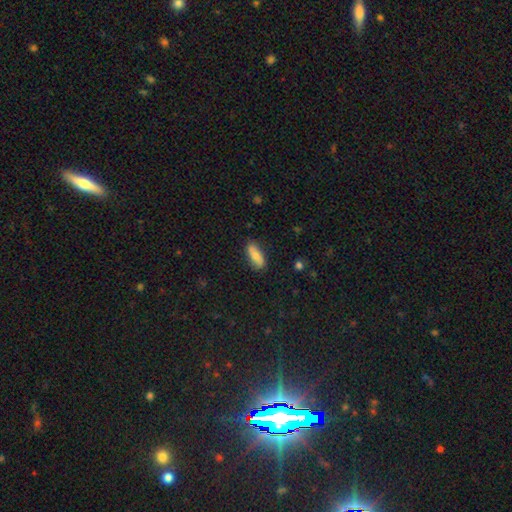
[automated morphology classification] Smooth or featured? Predicted: smooth (p=0.74). How rounded? Predicted: in between (p=0.70). Merging? Predicted: none (p=0.82).